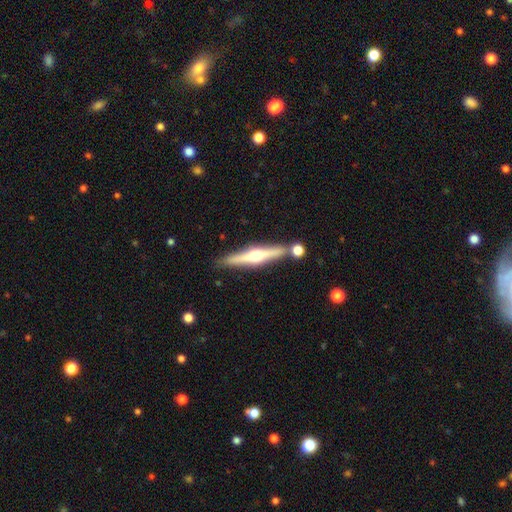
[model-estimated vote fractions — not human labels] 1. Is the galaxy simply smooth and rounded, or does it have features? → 74% featured or disk, 20% smooth, 6% star or artifact.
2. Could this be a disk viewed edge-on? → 97% yes, 3% no.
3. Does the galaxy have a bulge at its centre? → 94% rounded, 3% none, 3% boxy.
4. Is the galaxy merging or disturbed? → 82% none, 9% minor disturbance, 7% merger, 2% major disturbance.